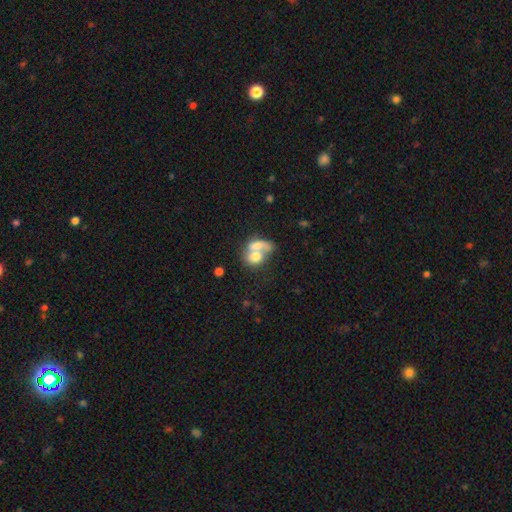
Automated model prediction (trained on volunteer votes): A smooth galaxy with no disk features (63%) that is in between round and cigar-shaped (64%).

Vote fractions:
- Smooth or featured? smooth: 63% / featured or disk: 29% / star or artifact: 8%
- How rounded? in between: 64% / round: 34% / cigar-shaped: 2%
- Merging? merger: 73% / none: 13% / major disturbance: 8% / minor disturbance: 6%